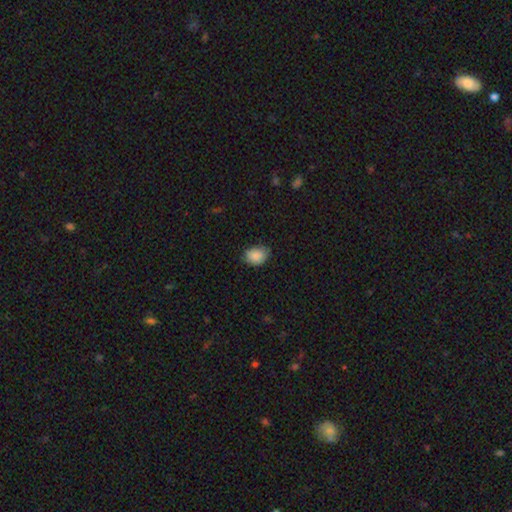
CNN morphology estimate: This appears to be a smooth galaxy with no disk features (87%) that is in between round and cigar-shaped (66%). Merging: none (71%).